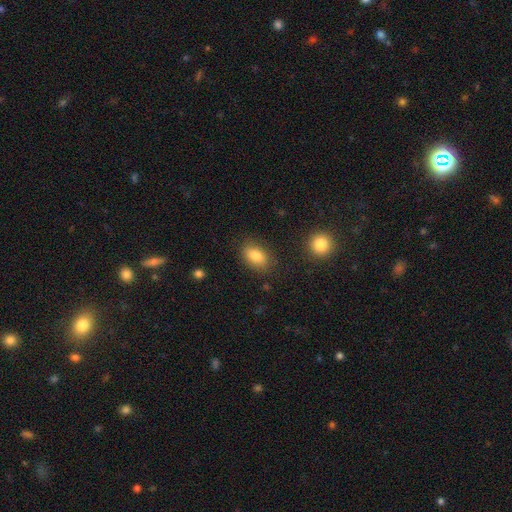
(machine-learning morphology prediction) smooth 84%, star or artifact 8%, featured or disk 8%. Down the decision tree: how rounded — in between (87%); merging — none (83%).